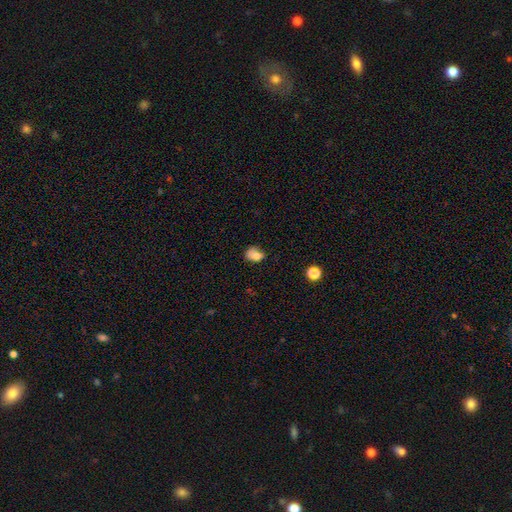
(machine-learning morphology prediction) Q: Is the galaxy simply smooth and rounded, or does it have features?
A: smooth — 75%.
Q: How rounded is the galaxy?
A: in between — 61%.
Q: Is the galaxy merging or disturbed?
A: none — 40%.